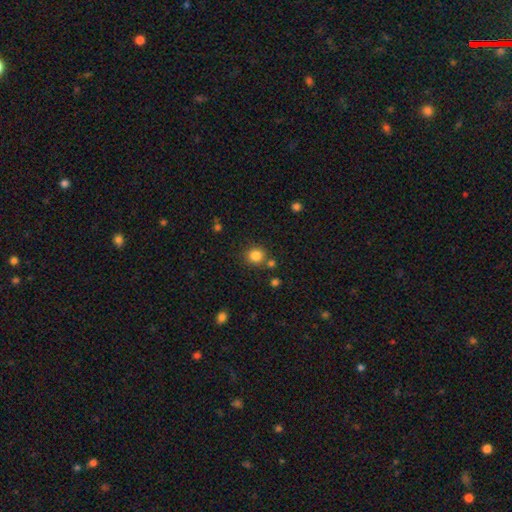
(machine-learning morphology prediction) type=smooth (84%); roundness=round (86%); merging=none (78%).